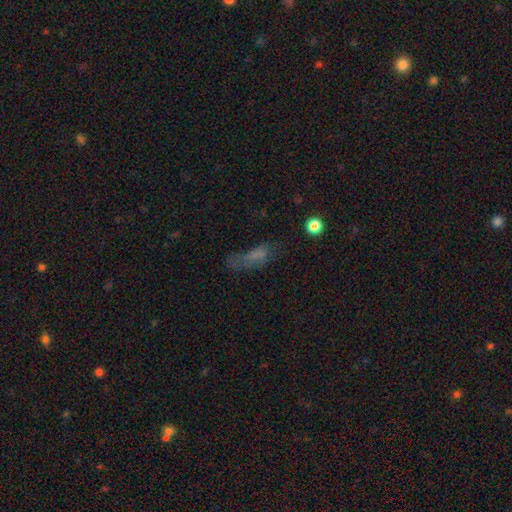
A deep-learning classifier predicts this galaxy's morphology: Q: Smooth or featured?
A: smooth (59%); runner-up: featured or disk (21%)
Q: How rounded?
A: in between (58%); runner-up: cigar-shaped (37%)
Q: Merging?
A: none (42%); runner-up: major disturbance (27%)